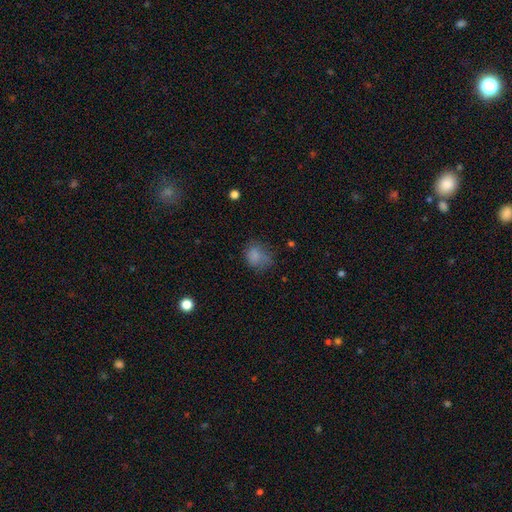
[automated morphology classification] smooth 78%, star or artifact 12%, featured or disk 10%. Down the decision tree: how rounded — round (54%); merging — none (53%).